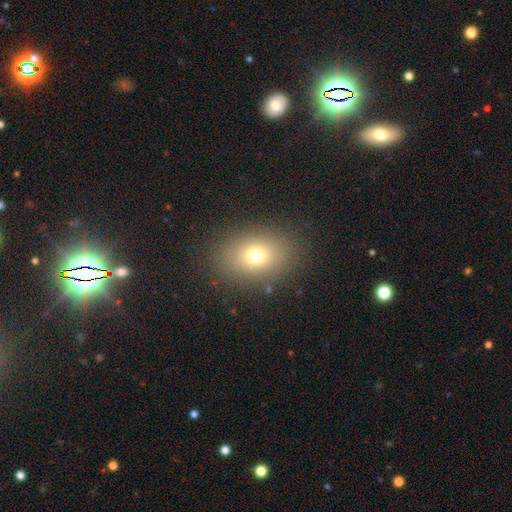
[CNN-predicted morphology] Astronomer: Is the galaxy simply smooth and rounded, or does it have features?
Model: smooth — 72%.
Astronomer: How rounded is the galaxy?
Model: in between — 66%.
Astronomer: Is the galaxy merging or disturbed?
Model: none — 86%.